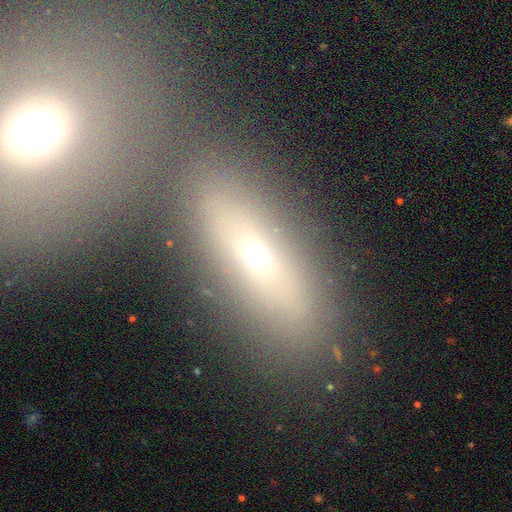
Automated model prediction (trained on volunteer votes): This is possibly a smooth galaxy (49%). Merging: likely none (60%).